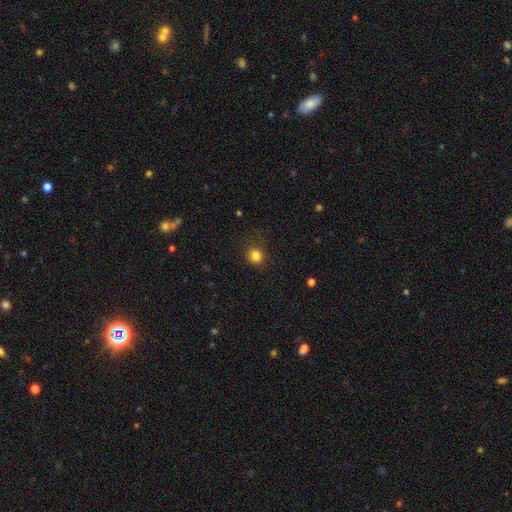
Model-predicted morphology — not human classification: smooth 82%, star or artifact 13%, featured or disk 5%. Down the decision tree: how rounded — round (84%); merging — none (82%).